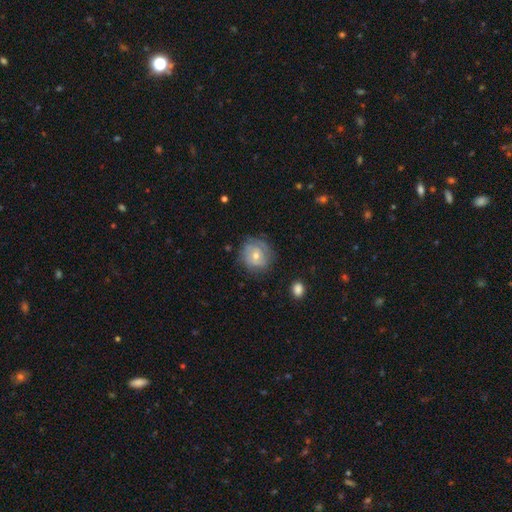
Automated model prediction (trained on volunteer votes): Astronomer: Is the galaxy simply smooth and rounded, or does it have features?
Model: featured or disk — 55% (runner-up: smooth, 36%).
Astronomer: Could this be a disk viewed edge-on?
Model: no — 97%.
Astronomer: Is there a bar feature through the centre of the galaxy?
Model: no — 72%.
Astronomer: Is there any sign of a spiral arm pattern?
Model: yes — 73%.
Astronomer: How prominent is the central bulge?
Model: moderate — 51% (runner-up: small, 45%).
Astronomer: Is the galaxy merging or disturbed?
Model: none — 74%.